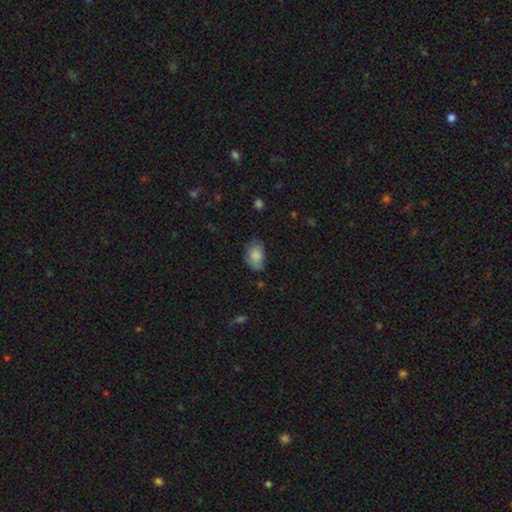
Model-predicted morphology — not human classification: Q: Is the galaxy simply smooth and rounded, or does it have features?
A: smooth — 84%.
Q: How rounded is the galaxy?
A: in between — 88%.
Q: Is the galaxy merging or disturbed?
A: none — 69%.